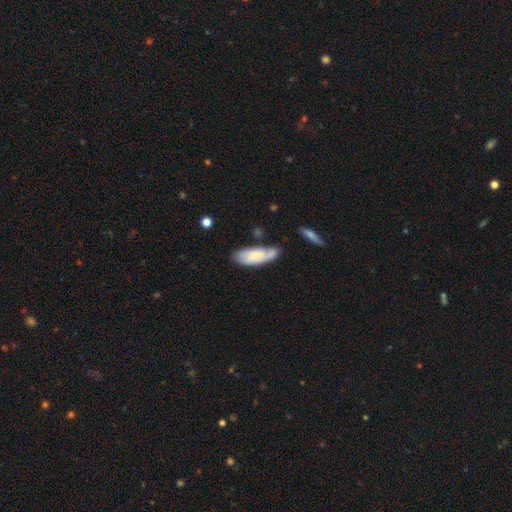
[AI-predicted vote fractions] A smooth galaxy with no disk features (65%) that is in between round and cigar-shaped (74%). Merging: none (52%).